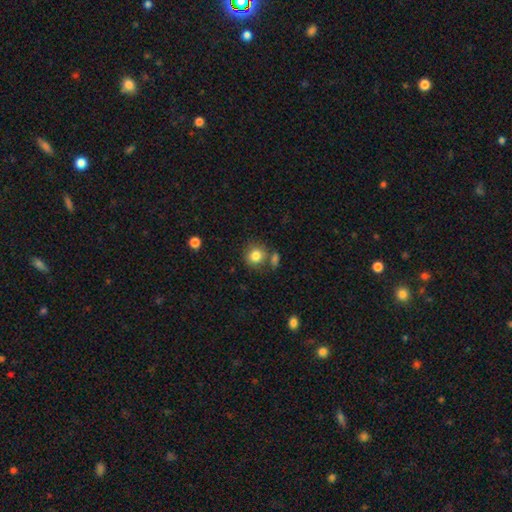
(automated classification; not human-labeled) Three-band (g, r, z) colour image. It shows a smooth galaxy with no disk features (83%) that is round (83%). Merging: none (69%).